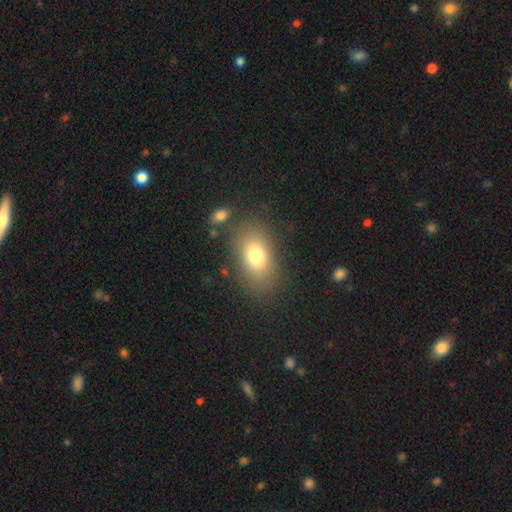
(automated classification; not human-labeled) A smooth galaxy with no disk features (76%) that is in between round and cigar-shaped (83%). Merging: none (79%).